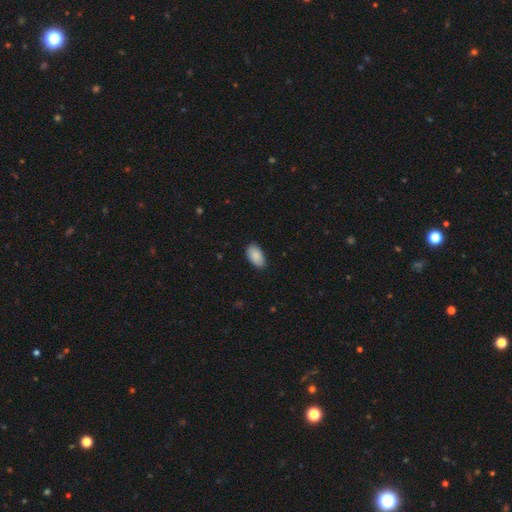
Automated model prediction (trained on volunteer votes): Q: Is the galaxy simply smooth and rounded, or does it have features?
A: smooth — 88%.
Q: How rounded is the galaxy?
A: in between — 95%.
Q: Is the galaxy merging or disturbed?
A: none — 83%.